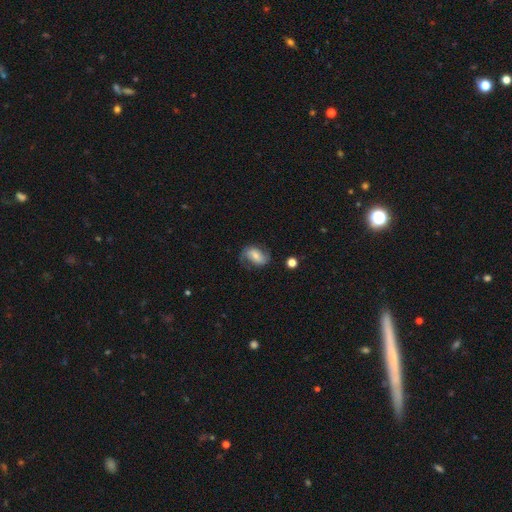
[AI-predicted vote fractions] smooth_or_featured: featured or disk (p=0.51) [alt: smooth p=0.40]
disk_edge_on: no (p=0.96) [alt: yes p=0.04]
merging: none (p=0.64) [alt: minor disturbance p=0.21]